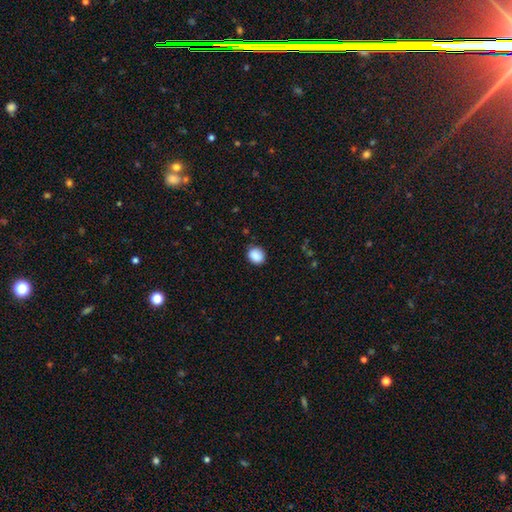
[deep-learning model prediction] A smooth galaxy with no disk features (88%) that is round (61%).

Vote fractions:
- Smooth or featured? smooth: 88% / star or artifact: 8% / featured or disk: 3%
- How rounded? round: 61% / in between: 38% / cigar-shaped: 1%
- Merging? none: 82% / minor disturbance: 13% / major disturbance: 3% / merger: 1%